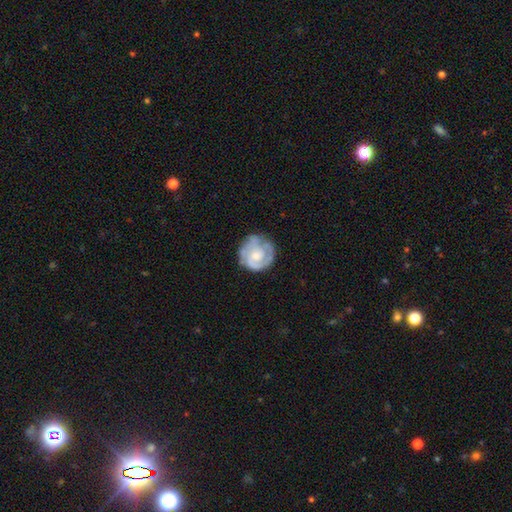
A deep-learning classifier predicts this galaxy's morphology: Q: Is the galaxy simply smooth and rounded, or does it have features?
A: featured or disk — 73%.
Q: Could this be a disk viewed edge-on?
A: no — 98%.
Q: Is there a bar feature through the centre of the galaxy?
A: no — 75%.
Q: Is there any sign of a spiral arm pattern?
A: yes — 84%.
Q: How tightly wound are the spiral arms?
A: tight — 62%.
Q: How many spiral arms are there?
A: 2 — 37%.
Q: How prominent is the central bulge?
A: moderate — 46%.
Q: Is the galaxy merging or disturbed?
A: none — 69%.